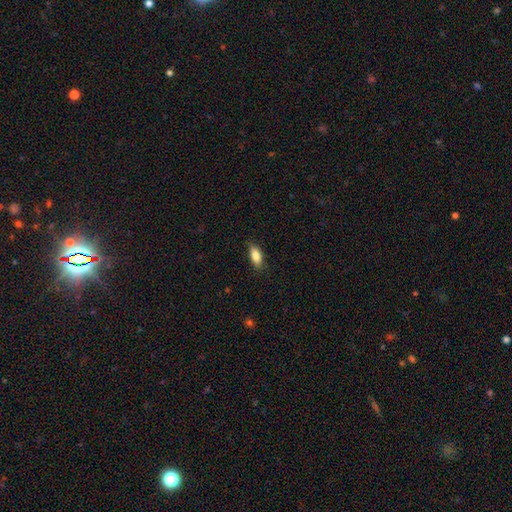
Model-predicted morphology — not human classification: Q: Smooth or featured?
A: smooth (84%); runner-up: featured or disk (9%)
Q: How rounded?
A: in between (83%); runner-up: cigar-shaped (14%)
Q: Merging?
A: none (83%); runner-up: minor disturbance (13%)